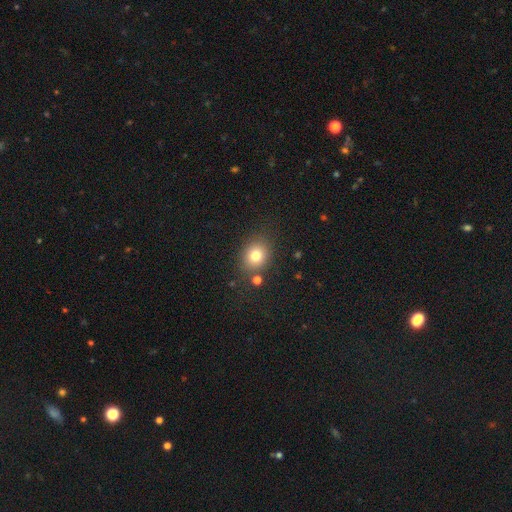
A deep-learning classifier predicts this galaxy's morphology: Overall: smooth (78%). How rounded: round (67%; in between 32%). Merging: none (80%).